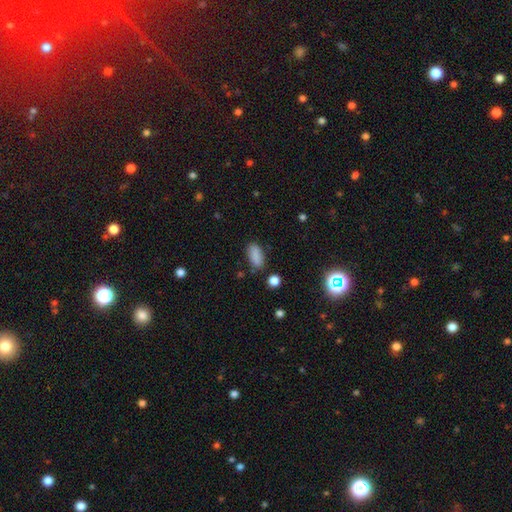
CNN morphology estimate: Q: Smooth or featured?
A: smooth (86%); runner-up: star or artifact (9%)
Q: How rounded?
A: in between (85%); runner-up: cigar-shaped (11%)
Q: Merging?
A: none (78%); runner-up: minor disturbance (15%)